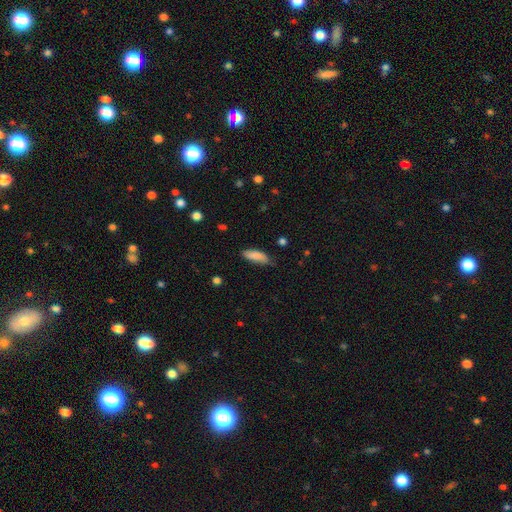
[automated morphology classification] This is clearly a smooth galaxy (85%). How rounded: likely in between (65%). Merging: likely none (67%).